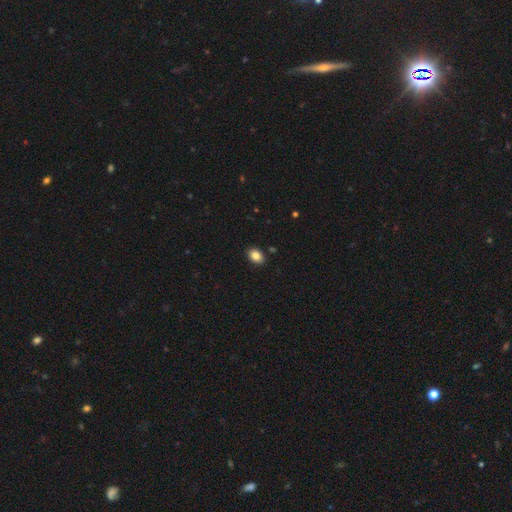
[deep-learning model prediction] Q: Smooth or featured?
A: smooth (86%); runner-up: star or artifact (8%)
Q: How rounded?
A: in between (79%); runner-up: round (20%)
Q: Merging?
A: none (90%); runner-up: minor disturbance (7%)